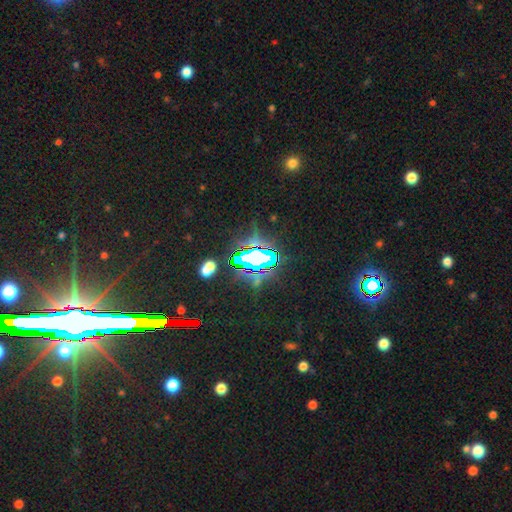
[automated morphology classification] star or artifact 75%, smooth 14%, featured or disk 11%.